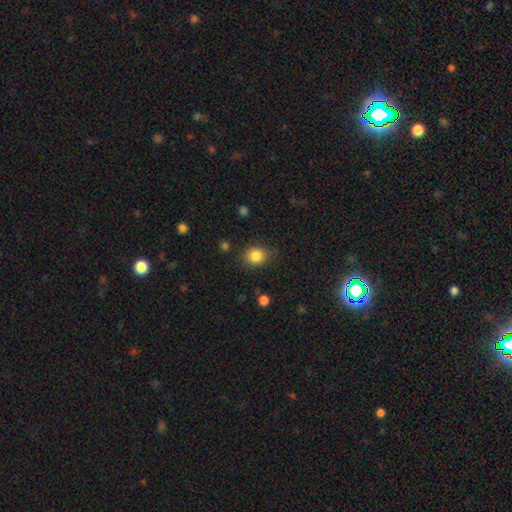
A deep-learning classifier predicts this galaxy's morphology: Smooth or featured?
  - smooth: 85% *
  - star or artifact: 10%
  - featured or disk: 5%
How rounded?
  - round: 74% *
  - in between: 25%
  - cigar-shaped: 1%
Merging?
  - none: 82% *
  - minor disturbance: 13%
  - major disturbance: 4%
  - merger: 2%